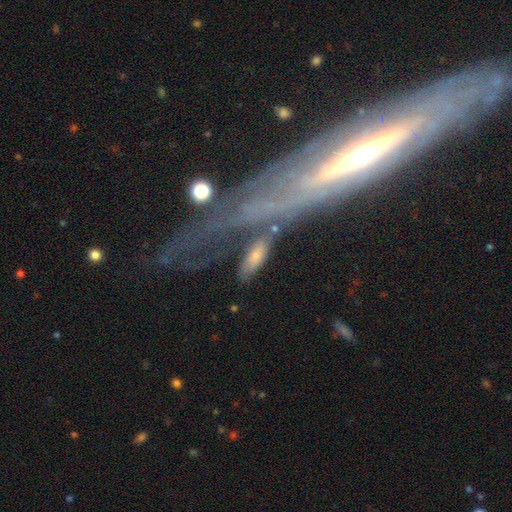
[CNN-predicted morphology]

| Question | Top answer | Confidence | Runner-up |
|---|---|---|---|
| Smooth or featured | smooth | 55% | featured or disk (35%) |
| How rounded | in between | 51% | cigar-shaped (44%) |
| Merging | none | 56% | minor disturbance (19%) |